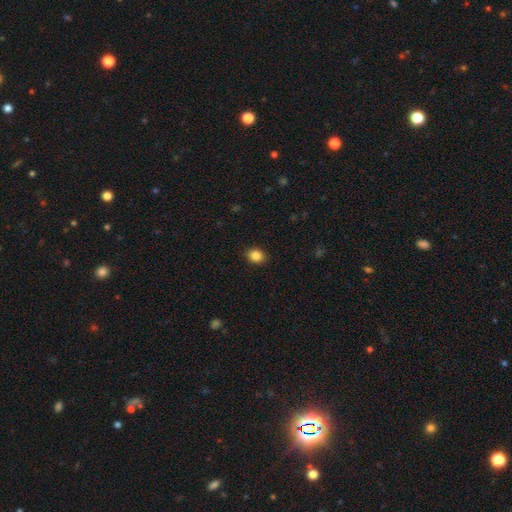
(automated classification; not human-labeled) Smooth or featured? Predicted: smooth (p=0.86). How rounded? Predicted: round (p=0.52). Merging? Predicted: none (p=0.90).